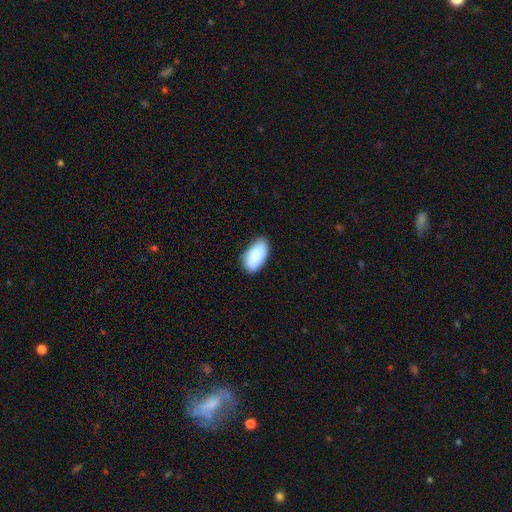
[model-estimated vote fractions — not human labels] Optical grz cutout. It shows a smooth galaxy with no disk features (90%) that is in between round and cigar-shaped (95%). Merging: none (81%).